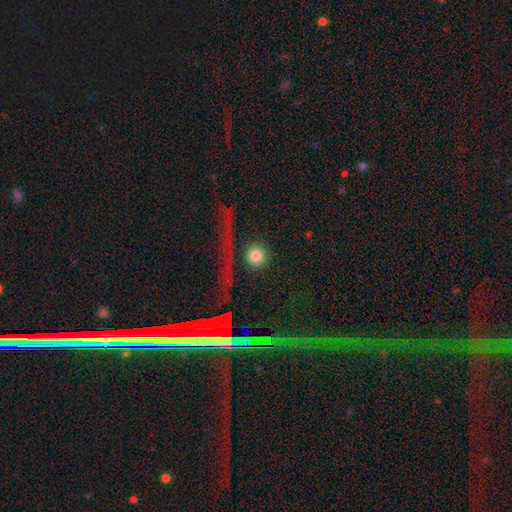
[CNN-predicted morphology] type=smooth (75%); roundness=round (94%); merging=none (82%).